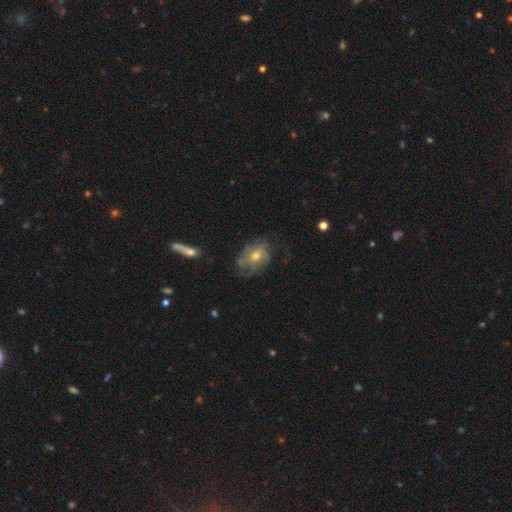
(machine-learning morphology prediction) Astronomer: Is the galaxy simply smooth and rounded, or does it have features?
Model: featured or disk — 63%.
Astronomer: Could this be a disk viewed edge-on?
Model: no — 95%.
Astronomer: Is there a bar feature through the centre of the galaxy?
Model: no — 69%.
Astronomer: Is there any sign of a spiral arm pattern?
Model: yes — 72%.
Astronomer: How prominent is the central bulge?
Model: moderate — 61%.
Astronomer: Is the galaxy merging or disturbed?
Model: none — 58%.